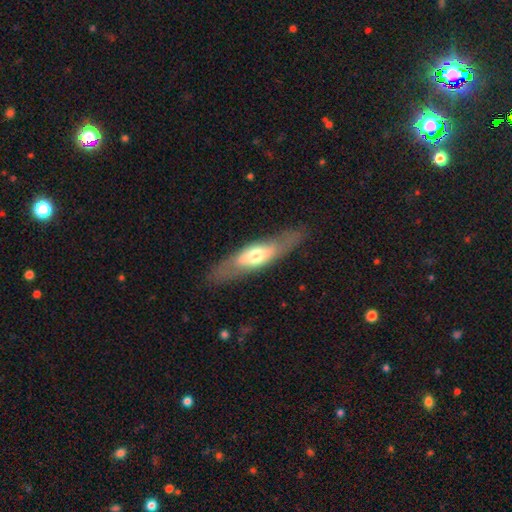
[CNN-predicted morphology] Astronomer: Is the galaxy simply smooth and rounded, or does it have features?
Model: featured or disk — 49% (runner-up: smooth, 45%).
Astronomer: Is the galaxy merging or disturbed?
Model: none — 78%.